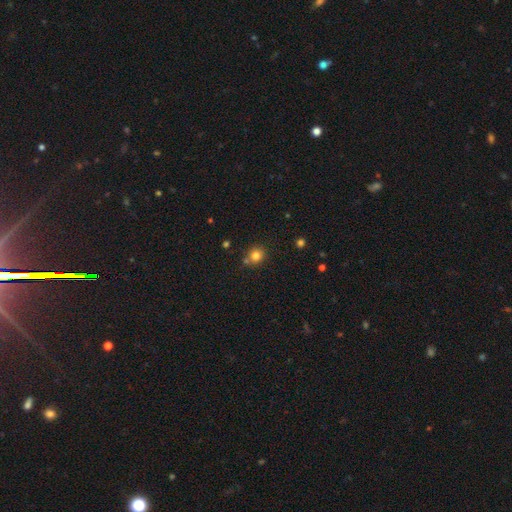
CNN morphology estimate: This appears to be a smooth galaxy with no disk features (81%) that is round (87%). Merging: none (71%).